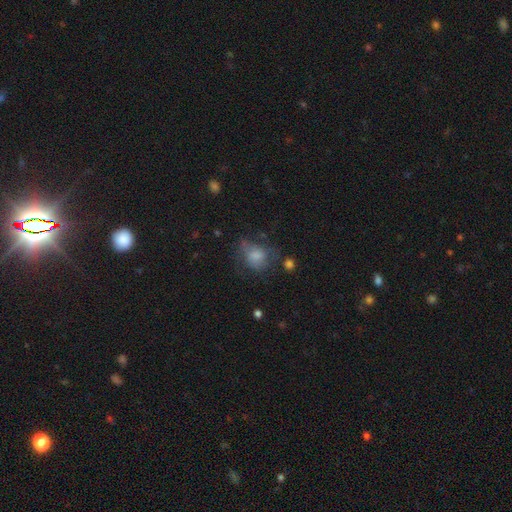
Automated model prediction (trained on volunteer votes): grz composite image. It shows a smooth galaxy with no disk features (67%) that is round (50%). Merging: none (42%).